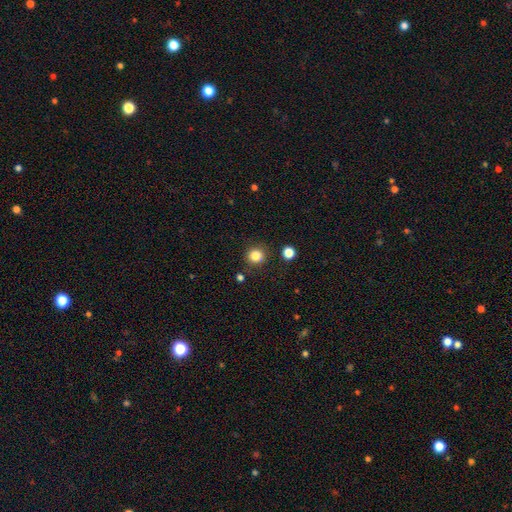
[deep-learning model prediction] This is clearly a smooth galaxy (84%). How rounded: clearly round (91%). Merging: clearly none (87%).